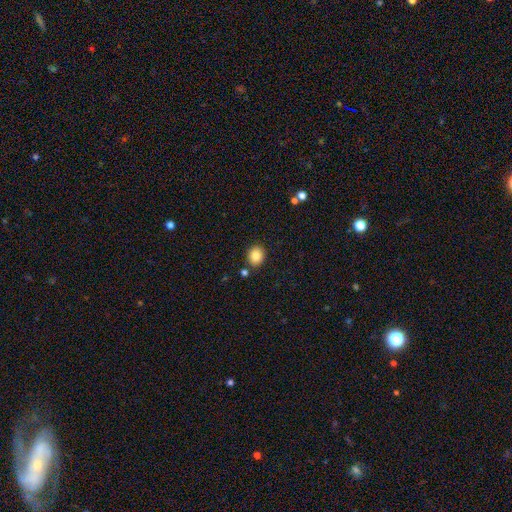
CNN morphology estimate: smooth_or_featured: smooth (p=0.85) [alt: star or artifact p=0.09]
how_rounded: round (p=0.59) [alt: in between p=0.40]
merging: none (p=0.85) [alt: minor disturbance p=0.08]